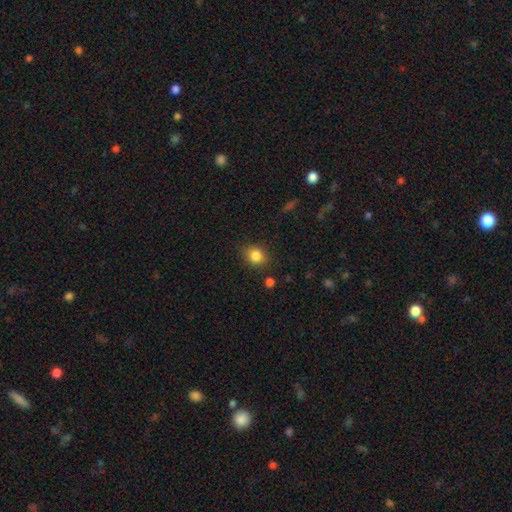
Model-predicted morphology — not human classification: A smooth galaxy with no disk features (84%) that is round (73%).

Vote fractions:
- Smooth or featured? smooth: 84% / star or artifact: 11% / featured or disk: 5%
- How rounded? round: 73% / in between: 26% / cigar-shaped: 1%
- Merging? none: 82% / minor disturbance: 12% / major disturbance: 3% / merger: 2%